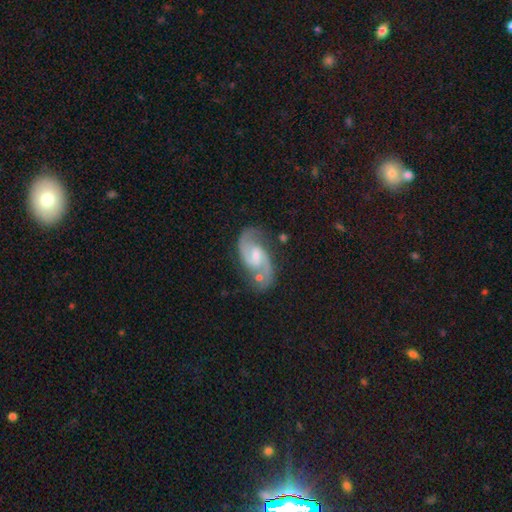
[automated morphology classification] Smooth or featured?
  - featured or disk: 89% *
  - smooth: 6%
  - star or artifact: 5%
Edge-on disk?
  - no: 98% *
  - yes: 2%
Bar?
  - weak: 57% *
  - no: 29%
  - strong: 14%
Spiral arms?
  - yes: 97% *
  - no: 3%
Spiral winding?
  - medium: 55% *
  - loose: 32%
  - tight: 13%
Spiral arm count?
  - 2: 93% *
  - can't tell: 2%
  - 1: 1%
  - 3: 1%
  - 4: 1%
  - more than 4: 1%
Bulge size?
  - small: 51% *
  - moderate: 38%
  - none: 7%
  - large: 3%
  - dominant: 1%
Merging?
  - none: 68% *
  - minor disturbance: 16%
  - merger: 10%
  - major disturbance: 6%